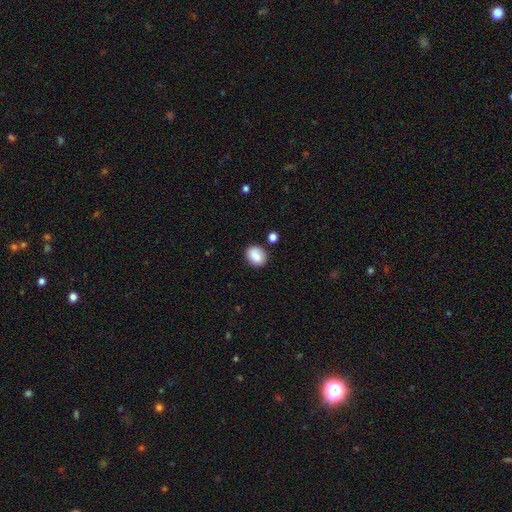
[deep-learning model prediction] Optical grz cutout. It shows a smooth galaxy with no disk features (82%) that is round (54%). Merging: none (78%).